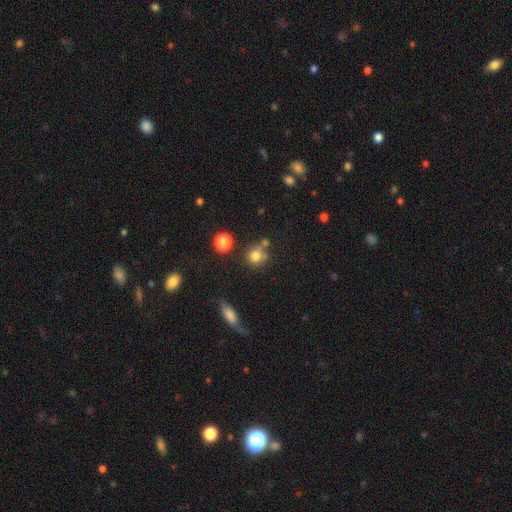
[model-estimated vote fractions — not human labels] Smooth or featured?
  - smooth: 77% *
  - star or artifact: 14%
  - featured or disk: 9%
How rounded?
  - round: 84% *
  - in between: 15%
  - cigar-shaped: 1%
Merging?
  - none: 57% *
  - merger: 22%
  - minor disturbance: 15%
  - major disturbance: 6%